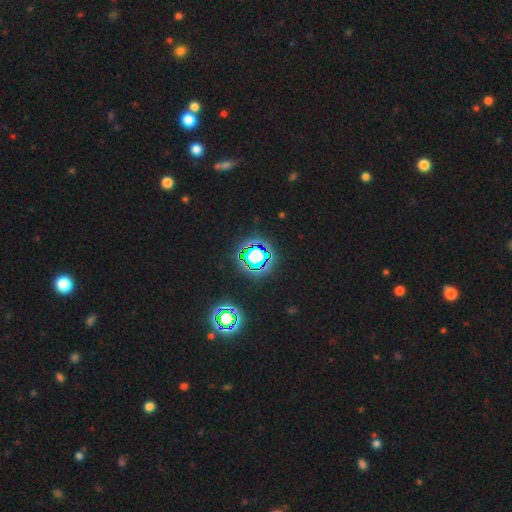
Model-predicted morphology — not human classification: This appears to be a star or artifact, not a galaxy (69%).